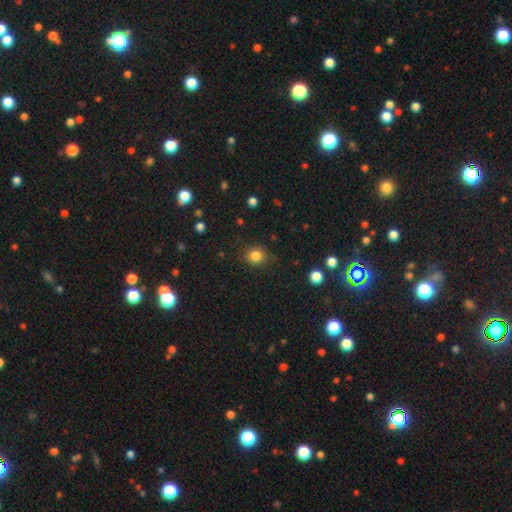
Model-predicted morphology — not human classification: Smooth or featured: smooth — 83% (star or artifact — 12%)
How rounded: round — 85% (in between — 14%)
Merging: none — 85% (minor disturbance — 10%)